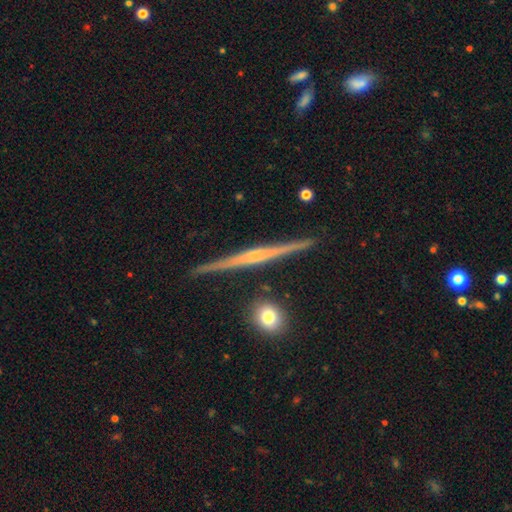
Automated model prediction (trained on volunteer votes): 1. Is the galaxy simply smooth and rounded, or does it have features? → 81% featured or disk, 14% smooth, 6% star or artifact.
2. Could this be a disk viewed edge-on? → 98% yes, 2% no.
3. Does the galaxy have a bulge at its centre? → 57% rounded, 32% none, 11% boxy.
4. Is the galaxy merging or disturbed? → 89% none, 7% minor disturbance, 2% merger, 2% major disturbance.